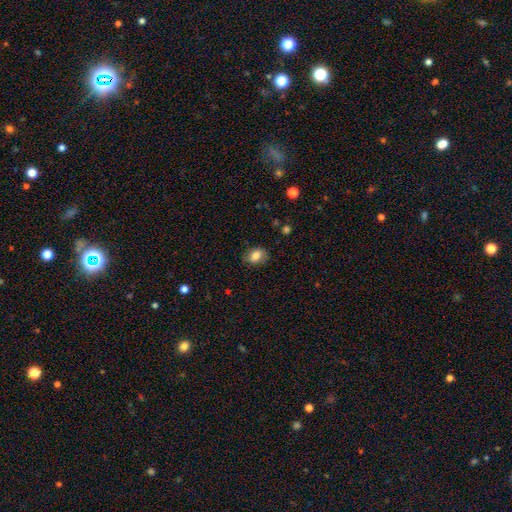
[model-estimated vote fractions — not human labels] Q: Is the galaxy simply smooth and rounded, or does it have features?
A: smooth — 81%.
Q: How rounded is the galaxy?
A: in between — 68%.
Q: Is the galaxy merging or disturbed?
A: none — 78%.